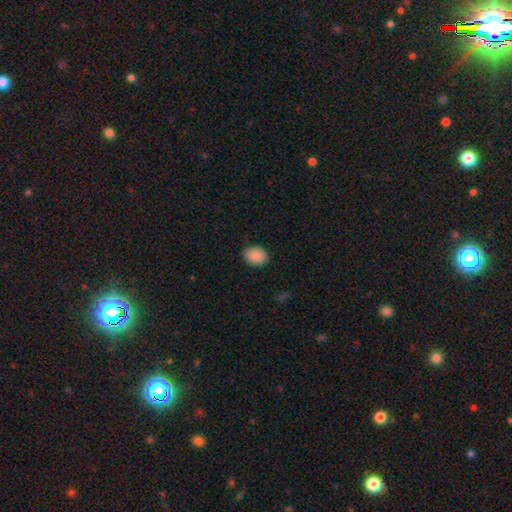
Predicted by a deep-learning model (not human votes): Smooth or featured: smooth — 89% (star or artifact — 7%)
How rounded: in between — 64% (round — 36%)
Merging: none — 85% (minor disturbance — 12%)